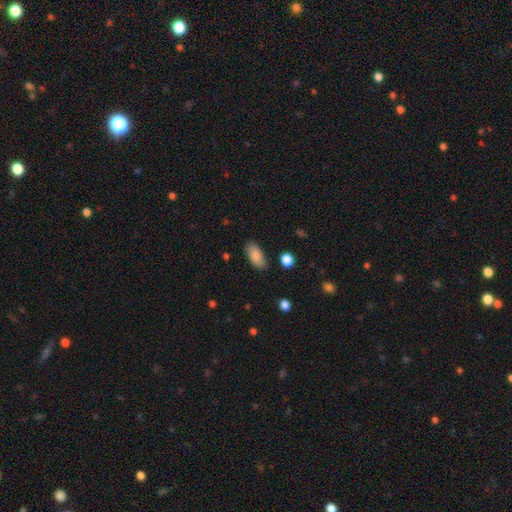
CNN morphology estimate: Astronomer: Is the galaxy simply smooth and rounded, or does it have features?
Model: smooth — 85%.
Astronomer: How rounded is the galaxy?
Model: in between — 91%.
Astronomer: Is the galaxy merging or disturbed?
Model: none — 83%.